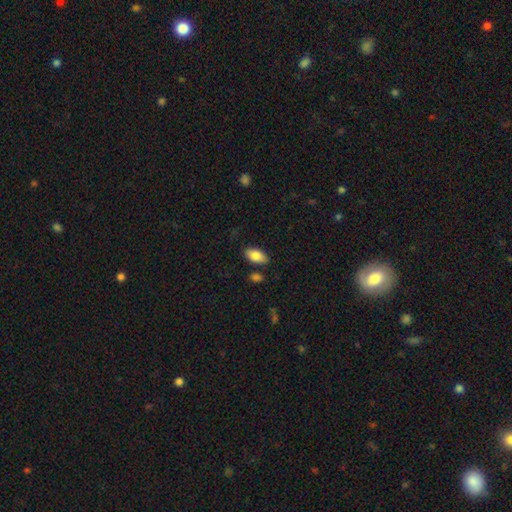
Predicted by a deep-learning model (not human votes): A smooth galaxy with no disk features (85%) that is in between round and cigar-shaped (94%). Merging: none (83%).